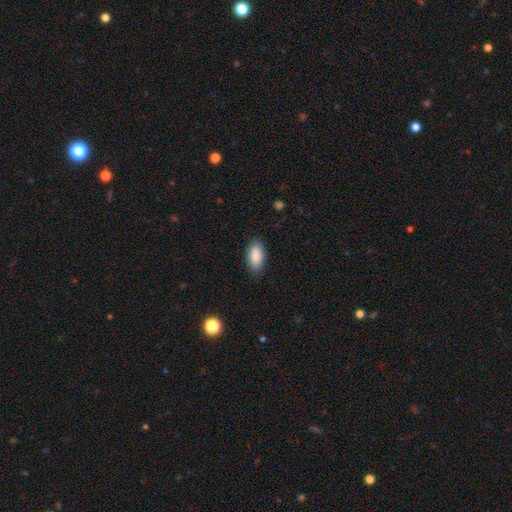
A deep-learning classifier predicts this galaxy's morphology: smooth_or_featured: smooth (p=0.89) [alt: star or artifact p=0.06]
how_rounded: in between (p=0.91) [alt: cigar-shaped p=0.07]
merging: none (p=0.84) [alt: minor disturbance p=0.12]